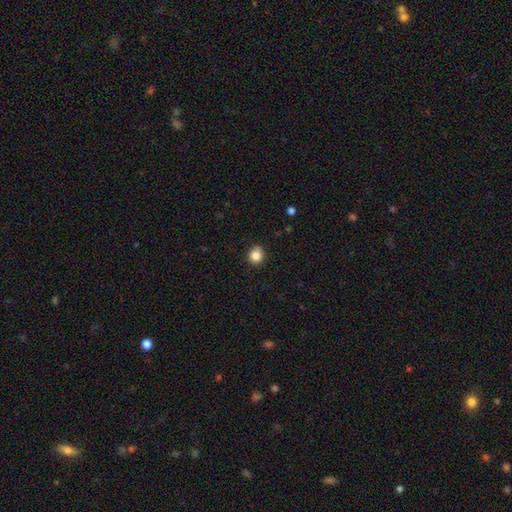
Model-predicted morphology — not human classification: type=smooth (85%); roundness=round (85%); merging=none (84%).